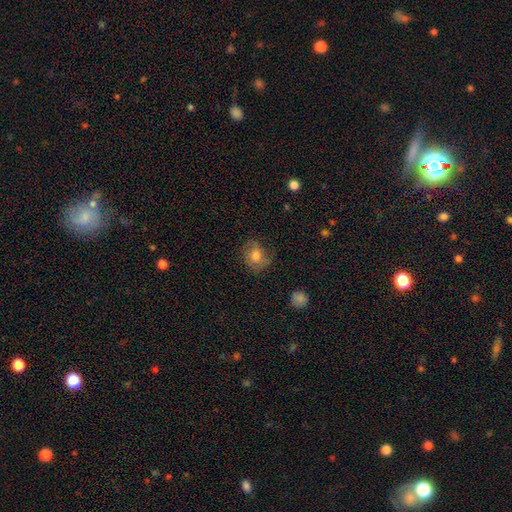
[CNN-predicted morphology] This is likely a smooth galaxy (64%). How rounded: likely round (63%). Merging: likely none (67%).